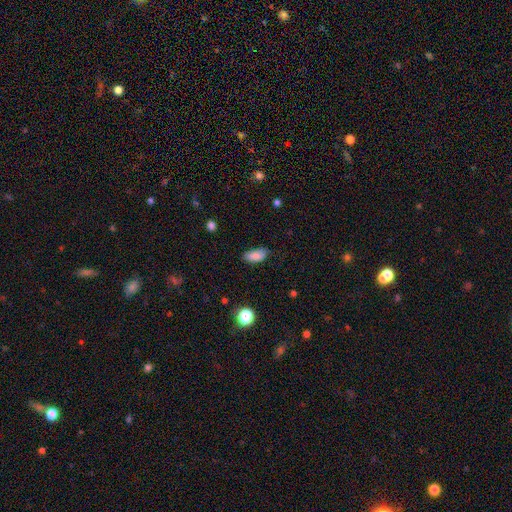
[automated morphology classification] Smooth or featured: smooth — 84% (star or artifact — 8%)
How rounded: in between — 89% (cigar-shaped — 8%)
Merging: none — 75% (minor disturbance — 20%)